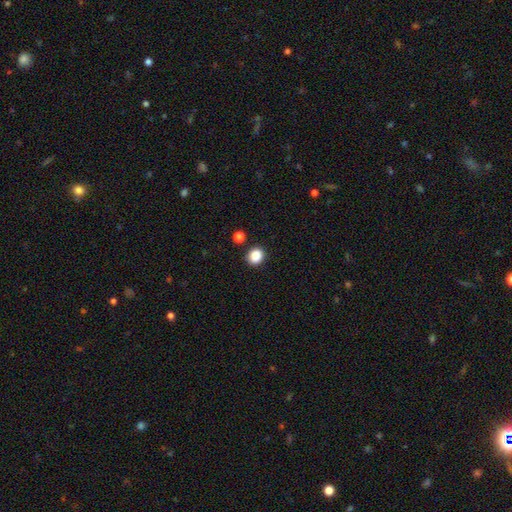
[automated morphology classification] smooth_or_featured: smooth (p=0.87) [alt: star or artifact p=0.10]
how_rounded: round (p=0.79) [alt: in between p=0.20]
merging: none (p=0.87) [alt: minor disturbance p=0.07]